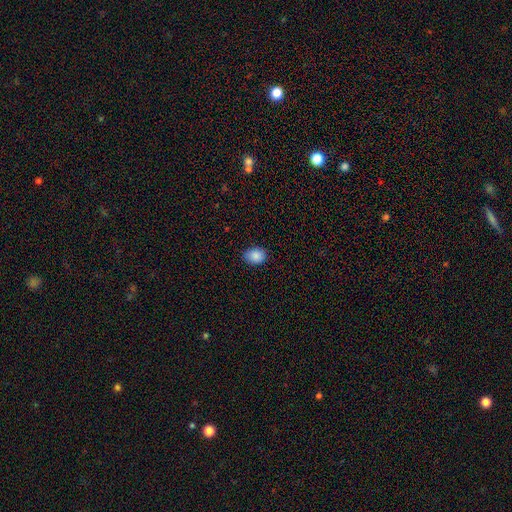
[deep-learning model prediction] The model was most divided on "how rounded": in between: 66%, round: 33%, cigar-shaped: 1%. More confident: smooth or featured — smooth (88%); merging — none (82%).